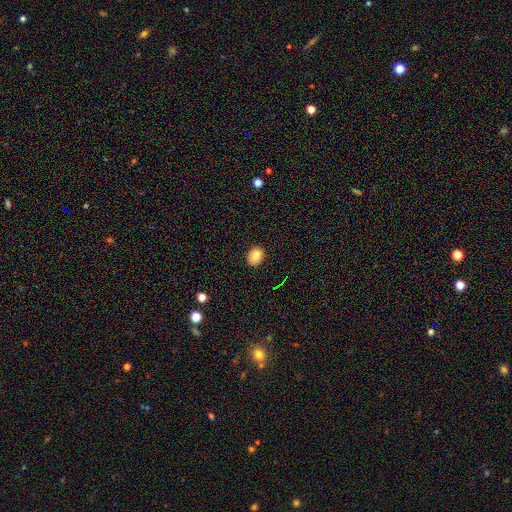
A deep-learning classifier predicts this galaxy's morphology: smooth-or-featured: smooth: 81% | star or artifact: 13% | featured or disk: 7%
  how-rounded: round: 51% | in between: 48% | cigar-shaped: 1%
  merging: none: 82% | minor disturbance: 14% | major disturbance: 3% | merger: 2%